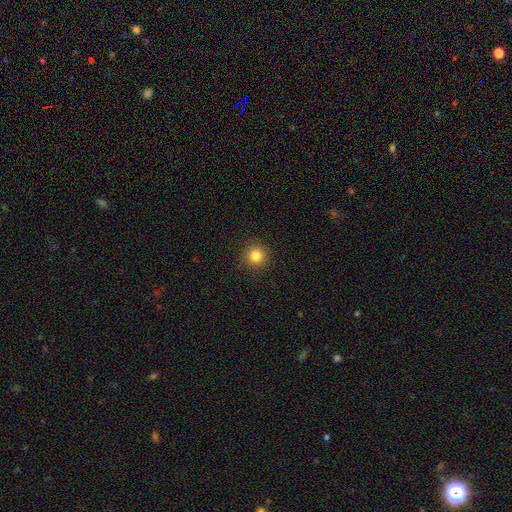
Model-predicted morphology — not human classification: Q: Smooth or featured?
A: smooth (83%); runner-up: star or artifact (12%)
Q: How rounded?
A: round (95%); runner-up: in between (4%)
Q: Merging?
A: none (91%); runner-up: minor disturbance (6%)